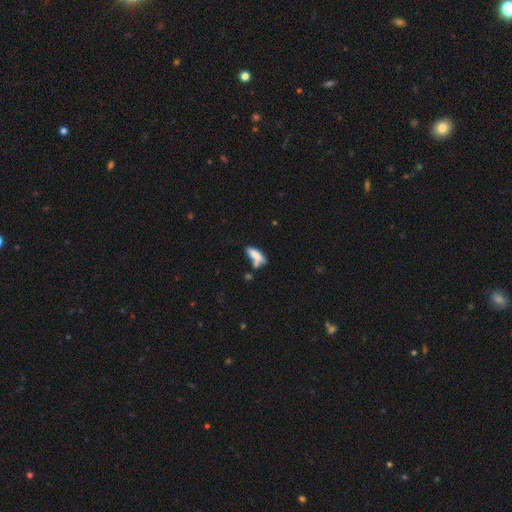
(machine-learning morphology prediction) The model was most divided on "merging": merger: 36%, none: 32%, minor disturbance: 19%, major disturbance: 12%. More confident: smooth or featured — smooth (73%); how rounded — in between (62%).